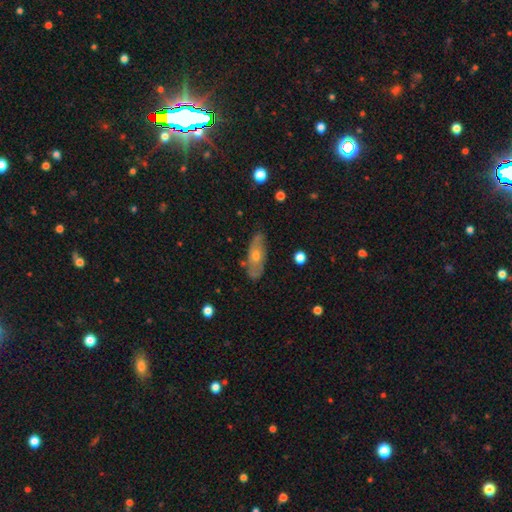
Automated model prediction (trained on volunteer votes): smooth-or-featured: featured or disk: 53% | smooth: 39% | star or artifact: 8%
  disk-edge-on: no: 73% | yes: 27%
  merging: none: 79% | minor disturbance: 16% | major disturbance: 3% | merger: 2%